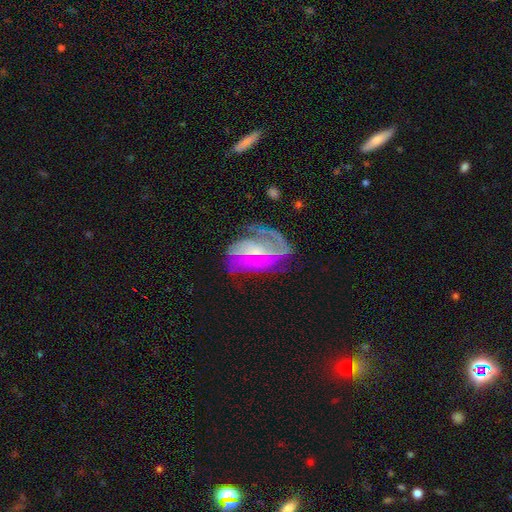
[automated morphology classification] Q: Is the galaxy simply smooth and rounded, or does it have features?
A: featured or disk — 82%.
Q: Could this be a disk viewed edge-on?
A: no — 95%.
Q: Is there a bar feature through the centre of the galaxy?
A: weak — 44%.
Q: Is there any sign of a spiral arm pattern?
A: yes — 91%.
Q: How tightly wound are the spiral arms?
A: tight — 45%.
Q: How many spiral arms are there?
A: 2 — 31%.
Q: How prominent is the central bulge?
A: small — 68%.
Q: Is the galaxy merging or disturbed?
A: none — 56%.